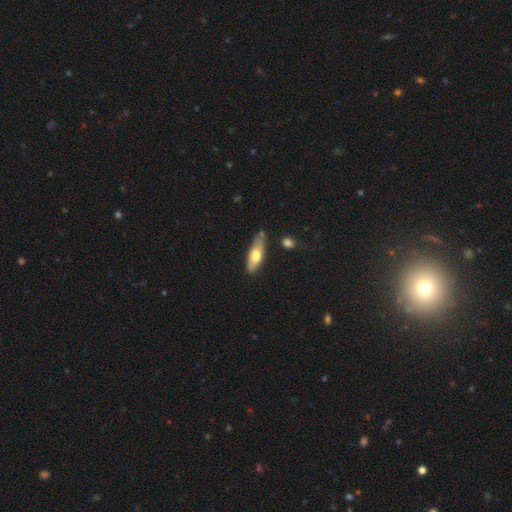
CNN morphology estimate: A smooth galaxy with no disk features (63%) that is in between round and cigar-shaped (52%). Merging: none (70%).